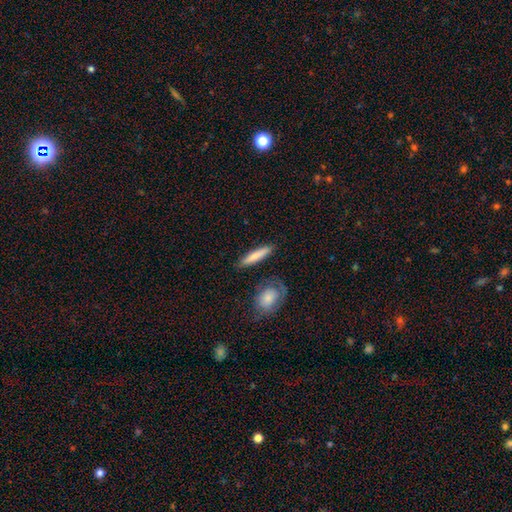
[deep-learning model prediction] Q: Smooth or featured?
A: smooth (77%); runner-up: featured or disk (18%)
Q: How rounded?
A: cigar-shaped (84%); runner-up: in between (13%)
Q: Merging?
A: none (83%); runner-up: minor disturbance (10%)